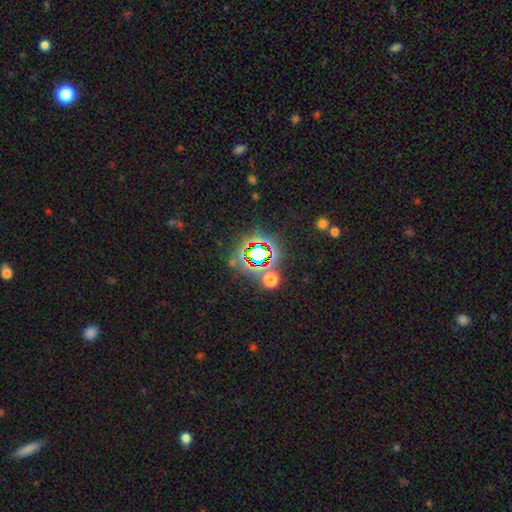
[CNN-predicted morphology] Smooth or featured? star or artifact (70%)